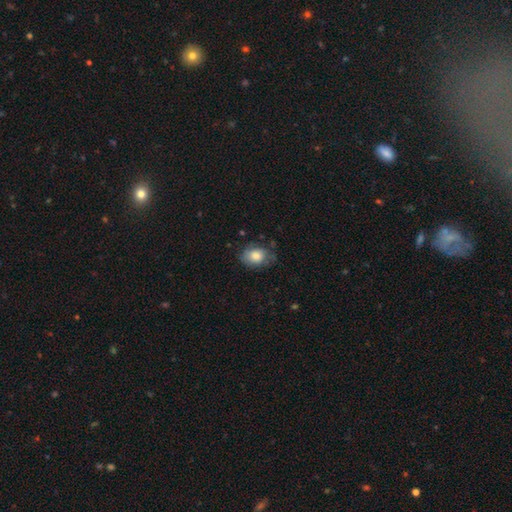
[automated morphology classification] This is likely a smooth galaxy (74%). How rounded: possibly in between (60%). Merging: likely none (63%).